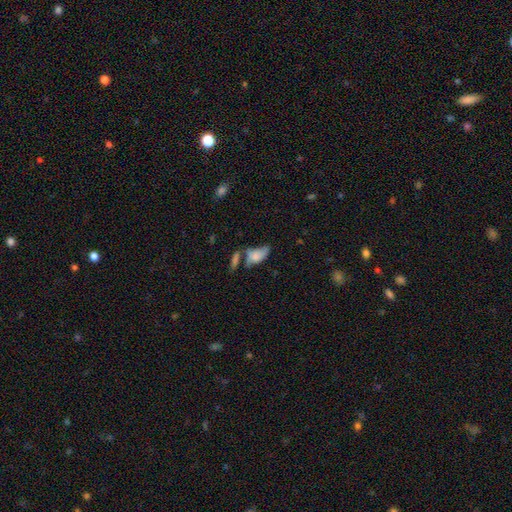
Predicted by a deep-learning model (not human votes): Q: Smooth or featured?
A: smooth (68%); runner-up: featured or disk (23%)
Q: How rounded?
A: in between (86%); runner-up: cigar-shaped (8%)
Q: Merging?
A: none (32%); runner-up: merger (30%)